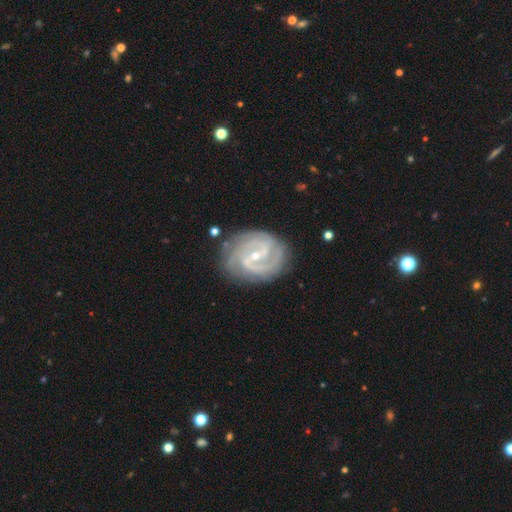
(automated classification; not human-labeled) Smooth or featured? featured or disk (91%)
Edge-on disk? no (97%)
Bar? weak (47%)
Spiral arms? yes (98%)
Spiral winding? tight (55%)
Spiral arm count? 2 (52%)
Bulge size? small (70%)
Merging? none (77%)